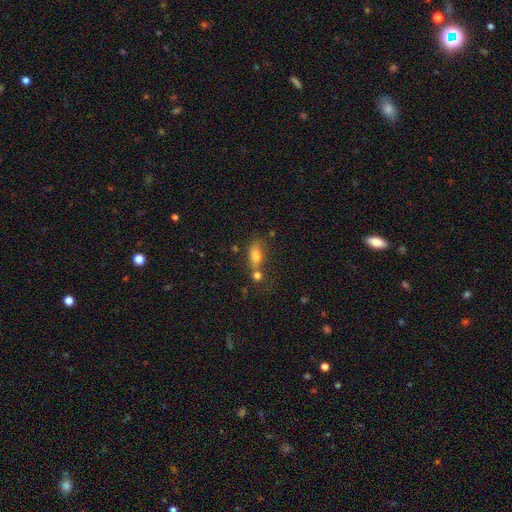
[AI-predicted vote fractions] A smooth galaxy with no disk features (72%) that is in between round and cigar-shaped (73%).

Vote fractions:
- Smooth or featured? smooth: 72% / star or artifact: 15% / featured or disk: 14%
- How rounded? in between: 73% / round: 14% / cigar-shaped: 14%
- Merging? none: 43% / merger: 34% / minor disturbance: 15% / major disturbance: 9%